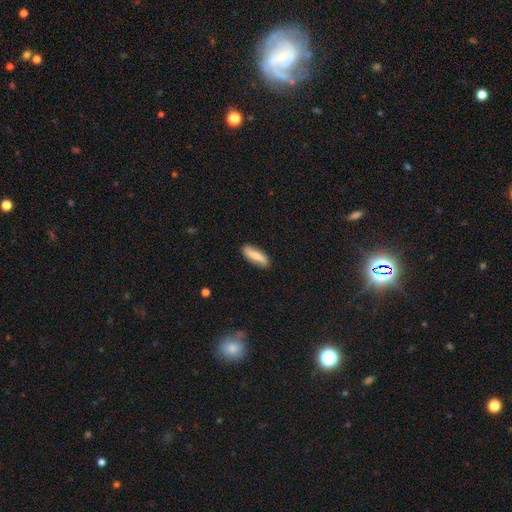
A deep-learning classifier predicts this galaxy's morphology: Smooth or featured?
  - smooth: 61% *
  - featured or disk: 33%
  - star or artifact: 6%
How rounded?
  - cigar-shaped: 50% *
  - in between: 47%
  - round: 3%
Merging?
  - none: 86% *
  - minor disturbance: 11%
  - major disturbance: 2%
  - merger: 1%